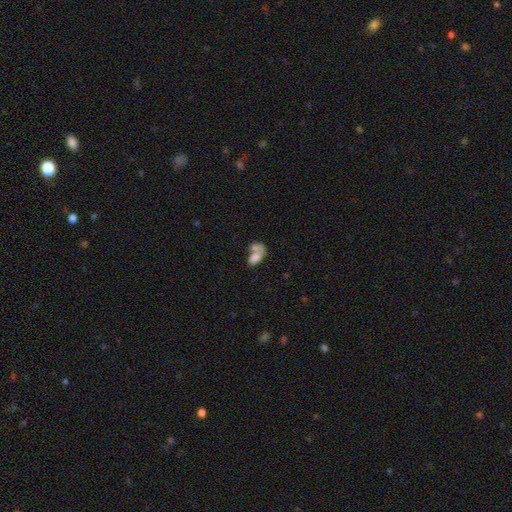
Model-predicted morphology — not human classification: The model was most divided on "smooth or featured": smooth: 69%, featured or disk: 23%, star or artifact: 9%. More confident: how rounded — in between (88%); merging — merger (64%).